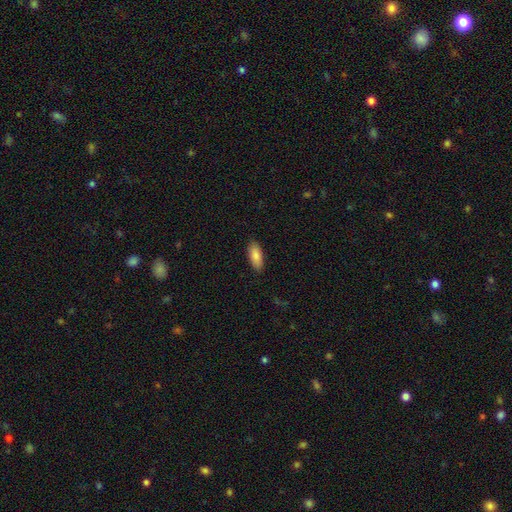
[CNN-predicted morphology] The model was most divided on "how rounded": in between: 81%, cigar-shaped: 18%, round: 2%. More confident: merging — none (88%); smooth or featured — smooth (87%).